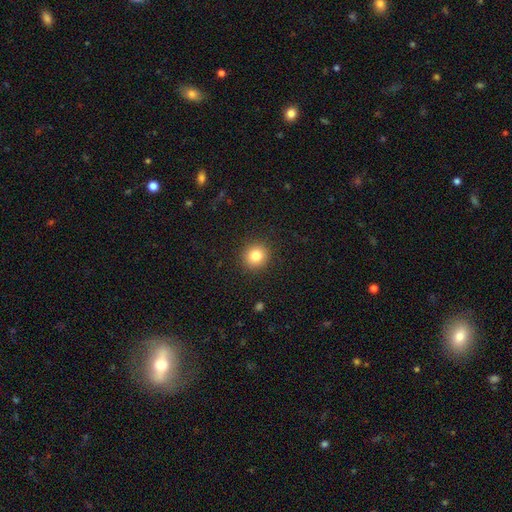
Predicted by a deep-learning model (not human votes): Morphology: type=smooth (82%); roundness=round (90%); merging=none (91%).